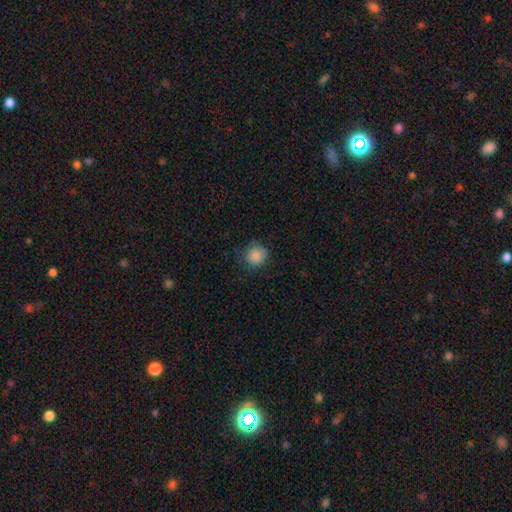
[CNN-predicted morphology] Q: Smooth or featured?
A: smooth (87%); runner-up: star or artifact (9%)
Q: How rounded?
A: round (87%); runner-up: in between (12%)
Q: Merging?
A: none (74%); runner-up: minor disturbance (20%)